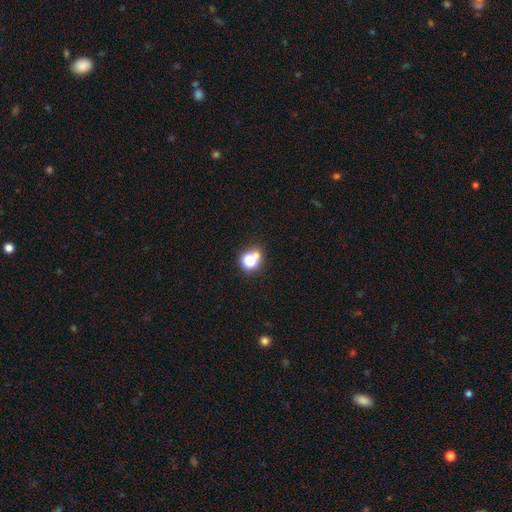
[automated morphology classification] type=smooth (55%); roundness=round (79%); merging=none (61%).